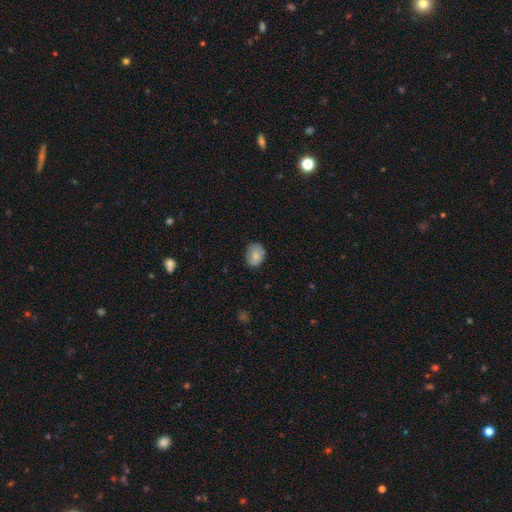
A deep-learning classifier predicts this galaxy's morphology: A smooth galaxy with no disk features (76%) that is in between round and cigar-shaped (52%). Merging: none (75%).